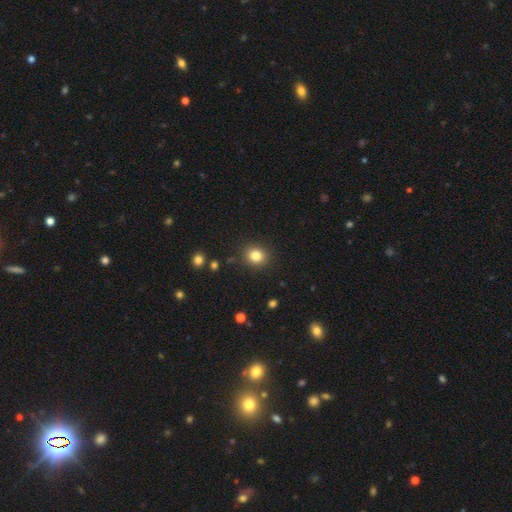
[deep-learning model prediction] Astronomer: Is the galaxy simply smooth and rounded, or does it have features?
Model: smooth — 82%.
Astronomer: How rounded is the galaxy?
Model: round — 75%.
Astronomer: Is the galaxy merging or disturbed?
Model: none — 89%.